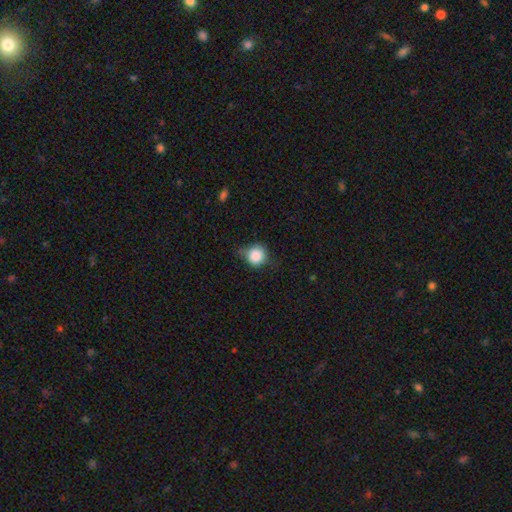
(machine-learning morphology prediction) smooth 83%, star or artifact 9%, featured or disk 7%. Down the decision tree: how rounded — round (88%); merging — none (58%).